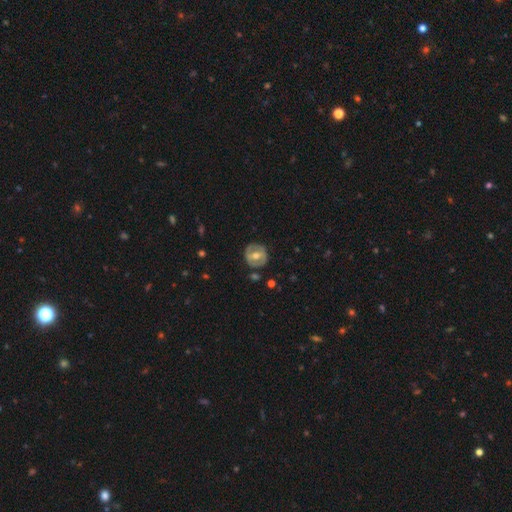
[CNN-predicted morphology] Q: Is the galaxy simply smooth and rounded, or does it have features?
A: featured or disk — 60%.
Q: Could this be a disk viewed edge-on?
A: no — 94%.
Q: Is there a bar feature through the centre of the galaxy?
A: weak — 40%.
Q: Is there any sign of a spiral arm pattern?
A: no — 66%.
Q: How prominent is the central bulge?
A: moderate — 76%.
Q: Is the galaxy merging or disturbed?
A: none — 80%.